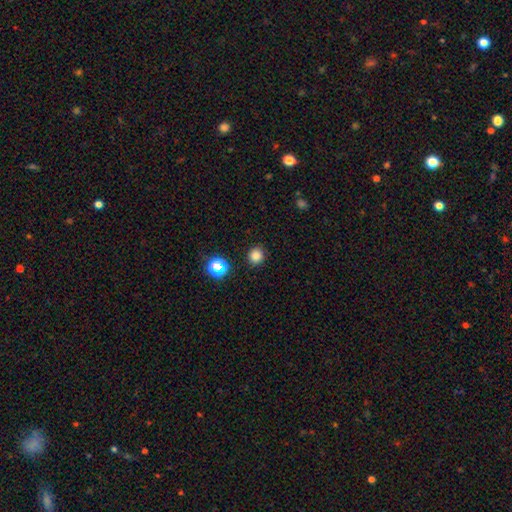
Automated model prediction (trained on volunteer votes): This appears to be a smooth galaxy with no disk features (81%) that is round (91%). Merging: none (90%).